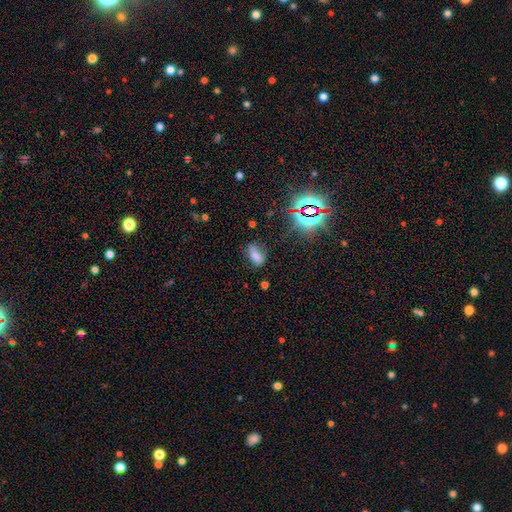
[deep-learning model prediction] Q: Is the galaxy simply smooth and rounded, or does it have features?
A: smooth — 65%.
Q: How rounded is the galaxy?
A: in between — 84%.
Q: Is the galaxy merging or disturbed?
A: none — 59%.